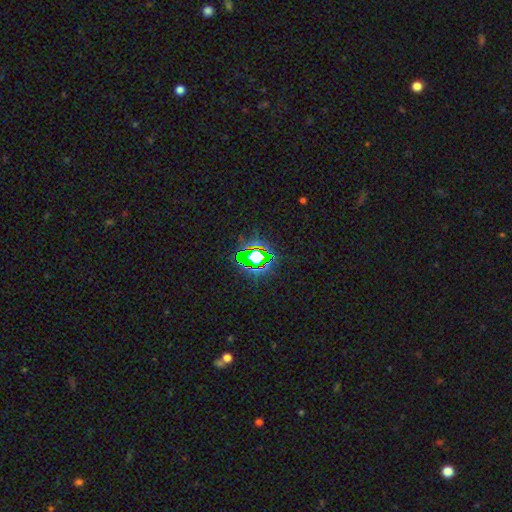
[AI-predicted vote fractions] Smooth or featured: star or artifact — 72% (smooth — 16%)